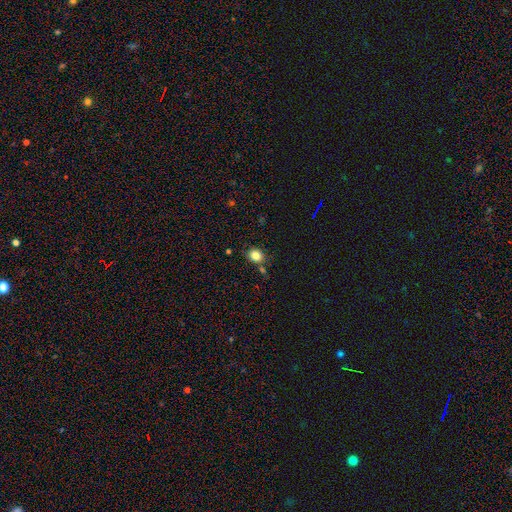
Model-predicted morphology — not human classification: smooth_or_featured: smooth (p=0.83) [alt: star or artifact p=0.11]
how_rounded: round (p=0.59) [alt: in between p=0.40]
merging: none (p=0.77) [alt: minor disturbance p=0.13]